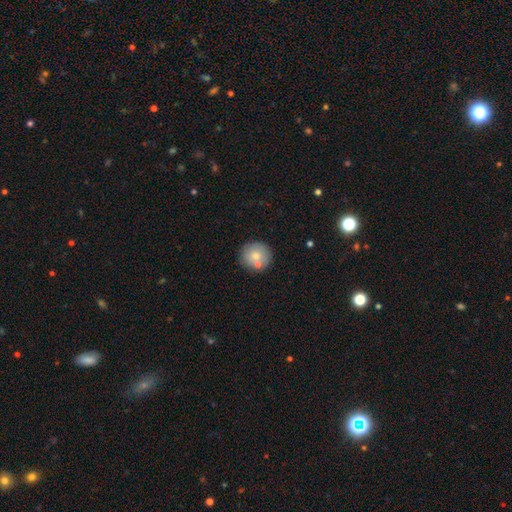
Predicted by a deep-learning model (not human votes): A smooth galaxy with no disk features (73%) that is round (94%).

Vote fractions:
- Smooth or featured? smooth: 73% / featured or disk: 19% / star or artifact: 8%
- How rounded? round: 94% / in between: 5% / cigar-shaped: 1%
- Merging? none: 74% / merger: 13% / minor disturbance: 10% / major disturbance: 3%